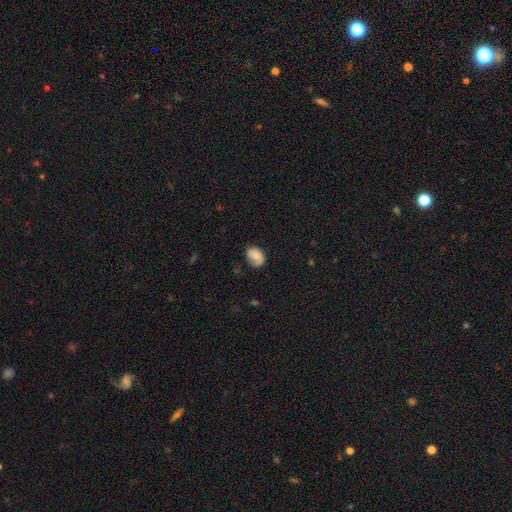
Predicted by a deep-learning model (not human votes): smooth-or-featured: smooth: 68% | featured or disk: 24% | star or artifact: 8%
  how-rounded: in between: 71% | round: 28% | cigar-shaped: 1%
  merging: none: 57% | minor disturbance: 30% | major disturbance: 11% | merger: 2%